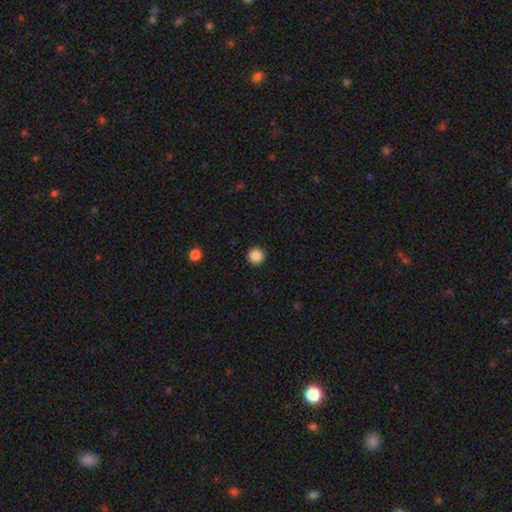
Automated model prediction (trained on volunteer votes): smooth 86%, star or artifact 10%, featured or disk 4%. Down the decision tree: how rounded — round (96%); merging — none (93%).